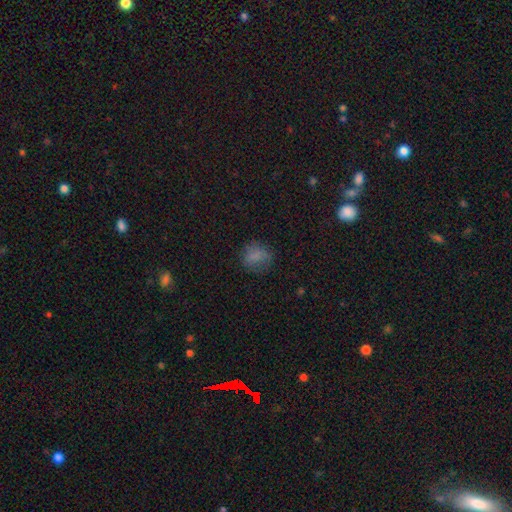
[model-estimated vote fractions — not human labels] Smooth or featured: smooth — 76% (star or artifact — 14%)
How rounded: round — 73% (in between — 26%)
Merging: none — 70% (minor disturbance — 20%)